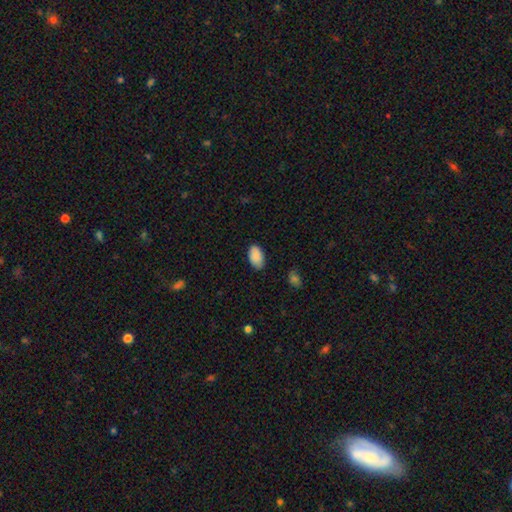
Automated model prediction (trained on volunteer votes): A smooth galaxy with no disk features (89%) that is in between round and cigar-shaped (94%). Merging: none (82%).